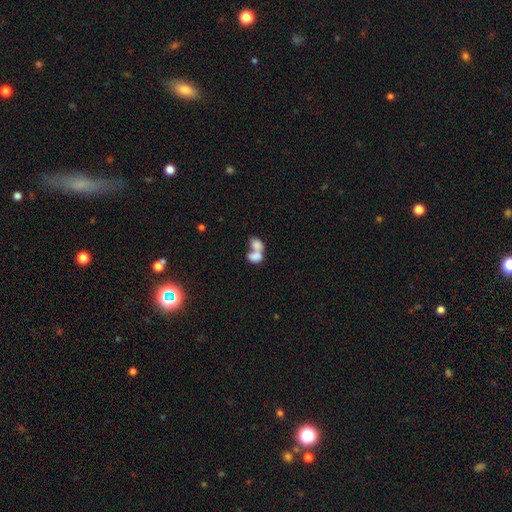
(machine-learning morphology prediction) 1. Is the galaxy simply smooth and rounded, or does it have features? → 75% smooth, 17% featured or disk, 8% star or artifact.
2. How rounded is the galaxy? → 82% in between, 16% round, 2% cigar-shaped.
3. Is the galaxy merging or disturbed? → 76% merger, 13% none, 5% major disturbance, 5% minor disturbance.